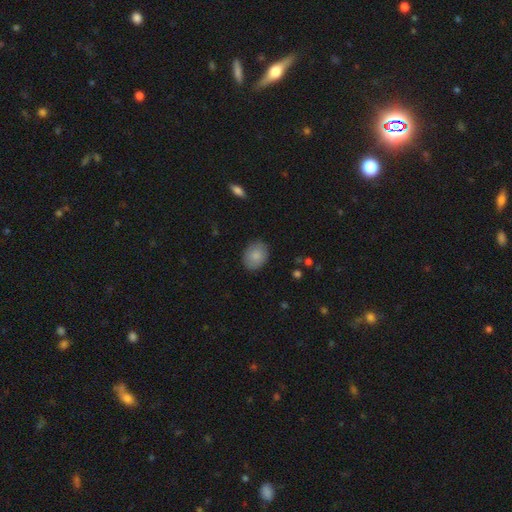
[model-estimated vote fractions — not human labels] smooth_or_featured: smooth (p=0.85) [alt: featured or disk p=0.09]
how_rounded: in between (p=0.65) [alt: round p=0.34]
merging: none (p=0.85) [alt: minor disturbance p=0.11]